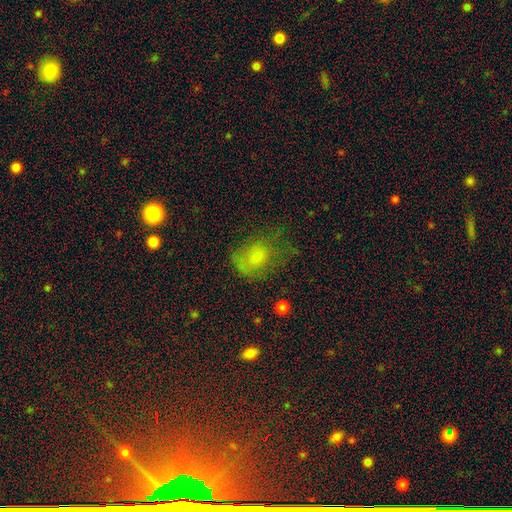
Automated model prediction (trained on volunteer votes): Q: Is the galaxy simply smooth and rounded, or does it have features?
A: smooth — 47%.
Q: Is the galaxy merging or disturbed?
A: none — 56%.